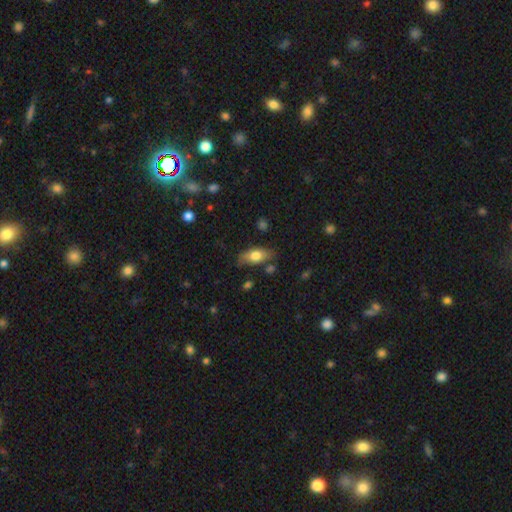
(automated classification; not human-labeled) smooth_or_featured: smooth (p=0.72) [alt: featured or disk p=0.21]
how_rounded: in between (p=0.85) [alt: cigar-shaped p=0.12]
merging: none (p=0.70) [alt: minor disturbance p=0.21]